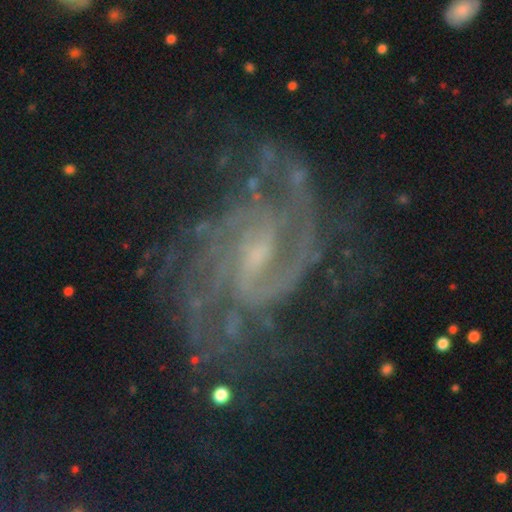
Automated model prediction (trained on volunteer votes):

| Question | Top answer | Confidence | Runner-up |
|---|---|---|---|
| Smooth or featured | featured or disk | 80% | star or artifact (14%) |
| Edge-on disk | no | 97% | yes (3%) |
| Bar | weak | 53% | no (29%) |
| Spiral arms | yes | 95% | no (5%) |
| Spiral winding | medium | 48% | tight (35%) |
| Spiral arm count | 2 | 42% | can't tell (24%) |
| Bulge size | small | 63% | moderate (23%) |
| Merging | none | 63% | minor disturbance (18%) |